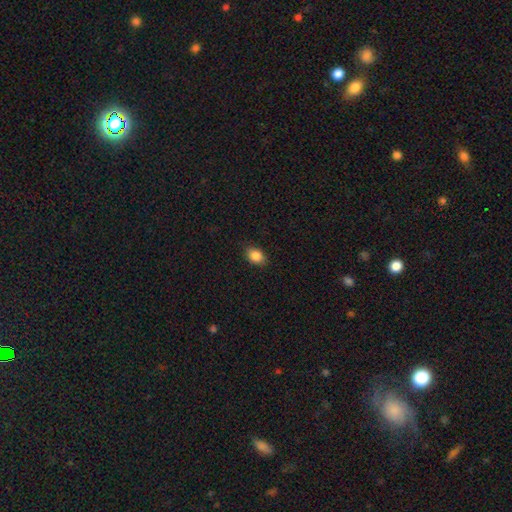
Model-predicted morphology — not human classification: Smooth or featured?
  - smooth: 87% *
  - star or artifact: 9%
  - featured or disk: 5%
How rounded?
  - in between: 76% *
  - round: 22%
  - cigar-shaped: 1%
Merging?
  - none: 86% *
  - minor disturbance: 11%
  - major disturbance: 2%
  - merger: 1%